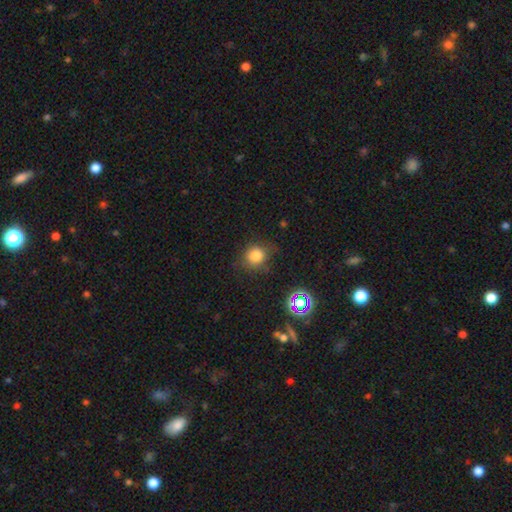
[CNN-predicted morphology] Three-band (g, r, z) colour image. It shows a smooth galaxy with no disk features (78%) that is round (78%). Merging: none (73%).